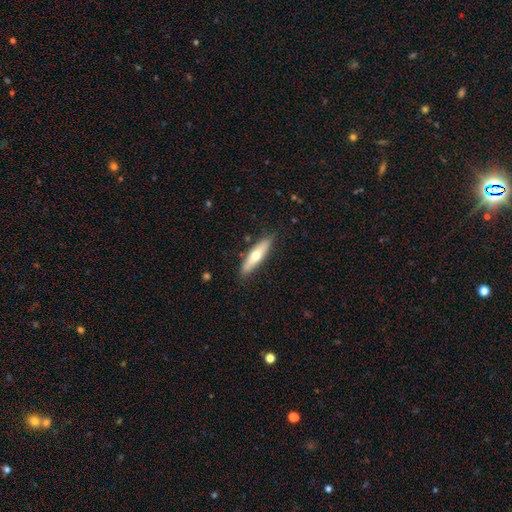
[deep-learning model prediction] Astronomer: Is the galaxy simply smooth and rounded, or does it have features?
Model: smooth — 58% (runner-up: featured or disk, 36%).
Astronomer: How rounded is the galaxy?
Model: cigar-shaped — 68%.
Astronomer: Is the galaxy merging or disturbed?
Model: none — 85%.